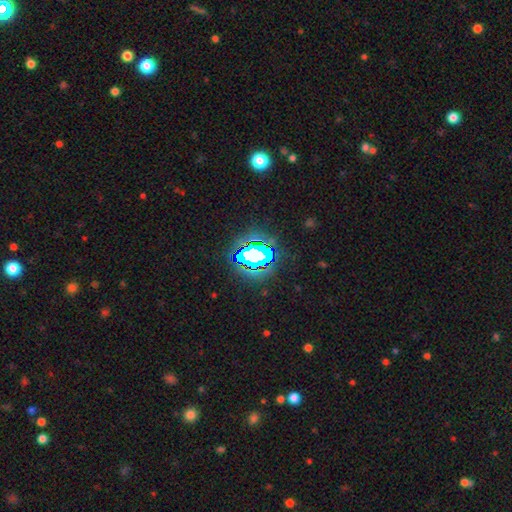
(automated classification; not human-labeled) Smooth or featured? star or artifact (65%)